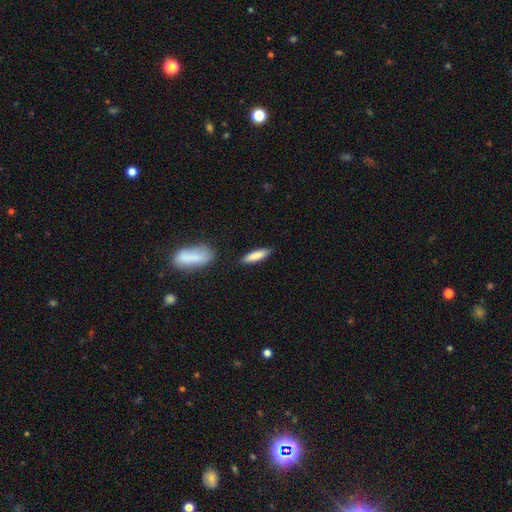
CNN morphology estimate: The model was most divided on "how rounded": cigar-shaped: 68%, in between: 30%, round: 2%. More confident: merging — none (85%); smooth or featured — smooth (82%).